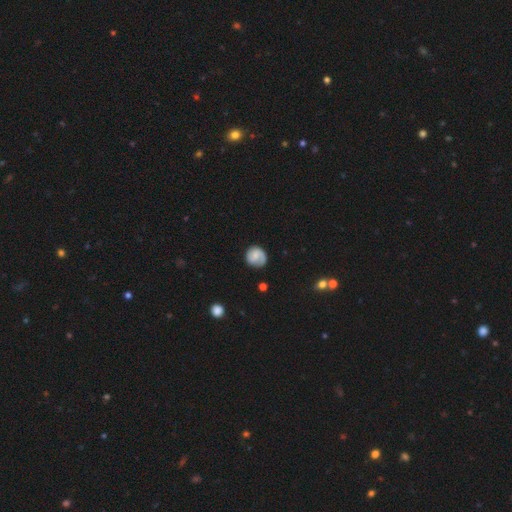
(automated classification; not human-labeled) Smooth or featured? featured or disk (56%)
Edge-on disk? no (98%)
Bar? no (55%)
Spiral arms? yes (90%)
Bulge size? small (46%)
Merging? none (74%)